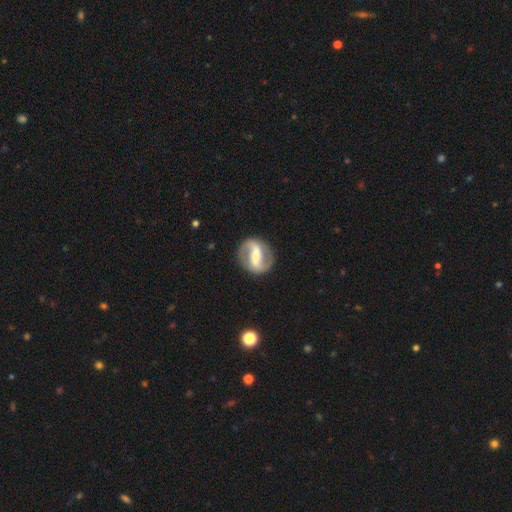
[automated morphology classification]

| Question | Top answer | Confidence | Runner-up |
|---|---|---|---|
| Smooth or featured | featured or disk | 84% | smooth (11%) |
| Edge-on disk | no | 96% | yes (4%) |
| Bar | strong | 65% | weak (25%) |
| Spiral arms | yes | 89% | no (11%) |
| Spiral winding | medium | 43% | loose (36%) |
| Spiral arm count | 2 | 92% | can't tell (3%) |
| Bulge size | moderate | 45% | small (40%) |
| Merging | none | 85% | minor disturbance (10%) |